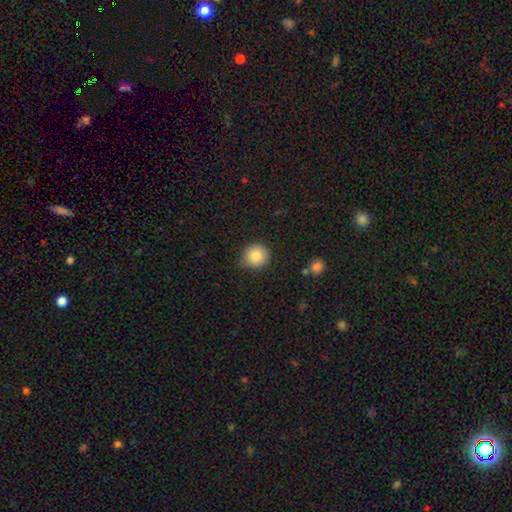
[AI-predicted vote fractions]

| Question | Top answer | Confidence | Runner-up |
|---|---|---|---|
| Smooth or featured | smooth | 85% | star or artifact (9%) |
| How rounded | round | 91% | in between (9%) |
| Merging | none | 77% | minor disturbance (18%) |